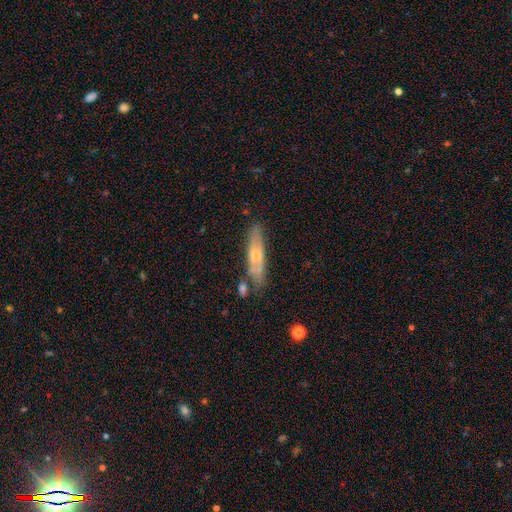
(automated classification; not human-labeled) Q: Smooth or featured?
A: featured or disk (47%); runner-up: smooth (46%)
Q: Merging?
A: none (64%); runner-up: minor disturbance (20%)